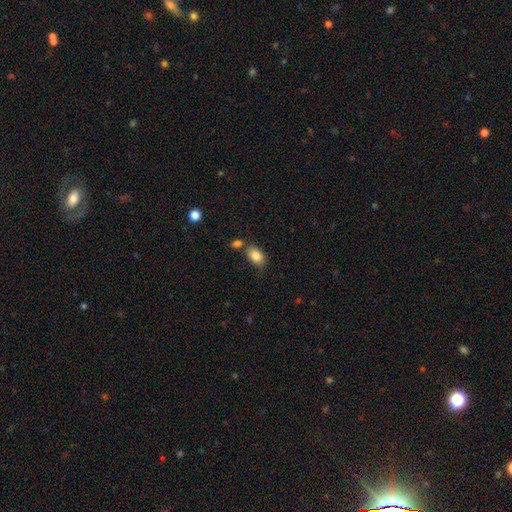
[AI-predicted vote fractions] Smooth or featured? smooth (84%)
How rounded? in between (85%)
Merging? none (63%)